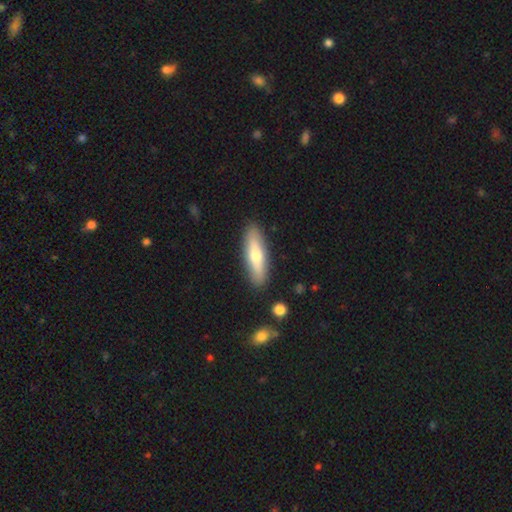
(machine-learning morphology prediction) smooth 57%, featured or disk 37%, star or artifact 5%. Down the decision tree: how rounded — cigar-shaped (67%); merging — none (88%).